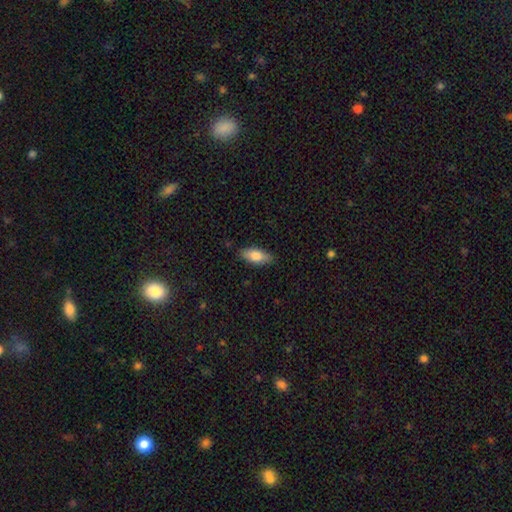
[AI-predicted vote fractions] smooth-or-featured: smooth: 80% | featured or disk: 14% | star or artifact: 6%
  how-rounded: in between: 82% | cigar-shaped: 15% | round: 3%
  merging: none: 84% | minor disturbance: 12% | major disturbance: 2% | merger: 1%